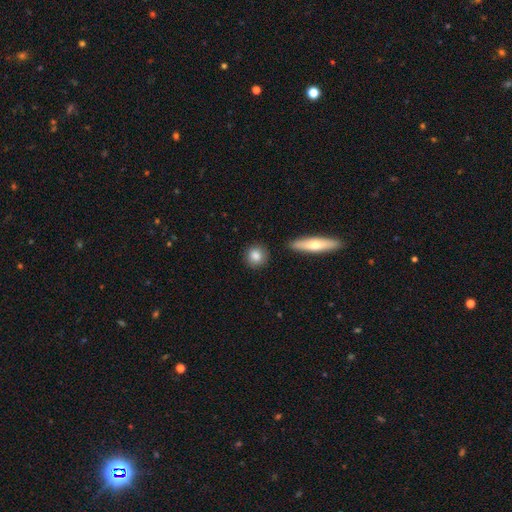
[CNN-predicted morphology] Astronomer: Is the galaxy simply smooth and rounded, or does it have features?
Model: smooth — 85%.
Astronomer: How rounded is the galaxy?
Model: round — 84%.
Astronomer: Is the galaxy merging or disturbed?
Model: none — 87%.